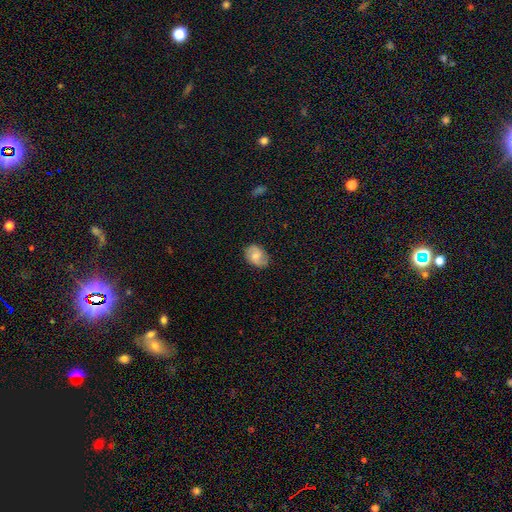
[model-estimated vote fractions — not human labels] Smooth or featured? smooth (47%)
Merging? none (79%)